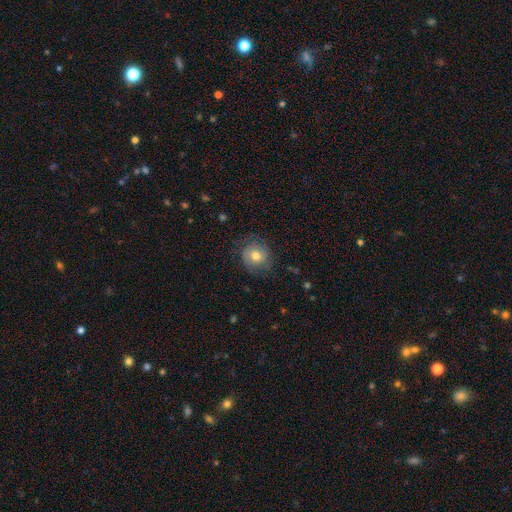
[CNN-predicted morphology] Q: Smooth or featured?
A: smooth (55%); runner-up: featured or disk (35%)
Q: How rounded?
A: round (84%); runner-up: in between (15%)
Q: Merging?
A: none (74%); runner-up: minor disturbance (17%)